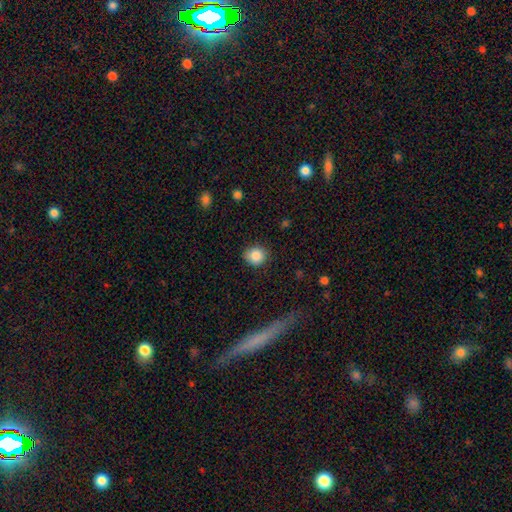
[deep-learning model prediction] Smooth or featured? Predicted: smooth (p=0.86). How rounded? Predicted: round (p=0.81). Merging? Predicted: none (p=0.82).